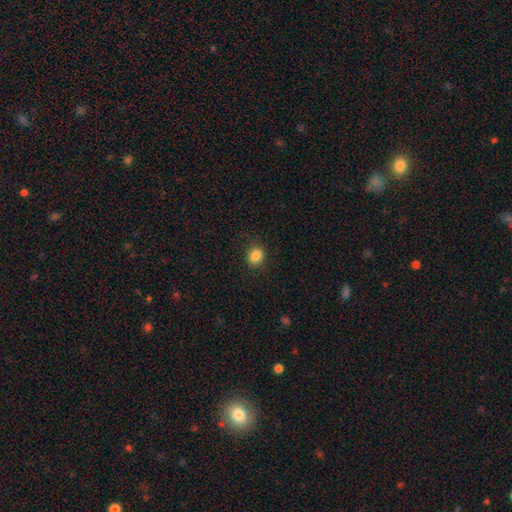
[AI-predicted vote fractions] This is clearly a smooth galaxy (85%). How rounded: likely round (62%). Merging: clearly none (87%).